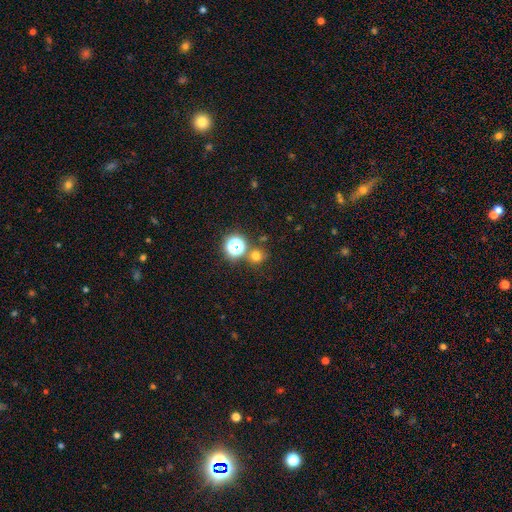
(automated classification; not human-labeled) A smooth galaxy with no disk features (68%) that is round (92%).

Vote fractions:
- Smooth or featured? smooth: 68% / star or artifact: 26% / featured or disk: 7%
- How rounded? round: 92% / in between: 7% / cigar-shaped: 1%
- Merging? none: 77% / merger: 13% / minor disturbance: 7% / major disturbance: 3%